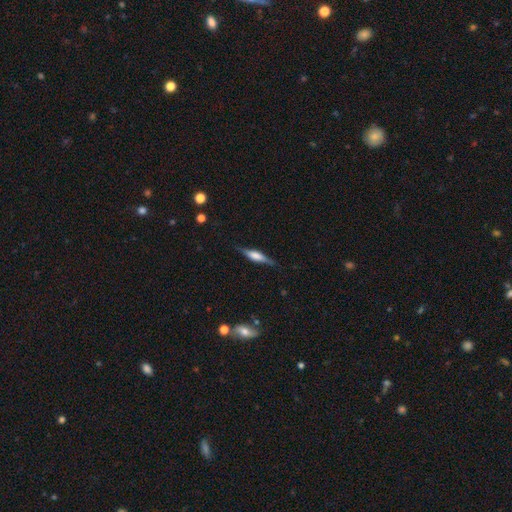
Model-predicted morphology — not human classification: A featured or disk galaxy (58%) viewed edge-on (95%) with a rounded central bulge (49%). Merging: none (82%).